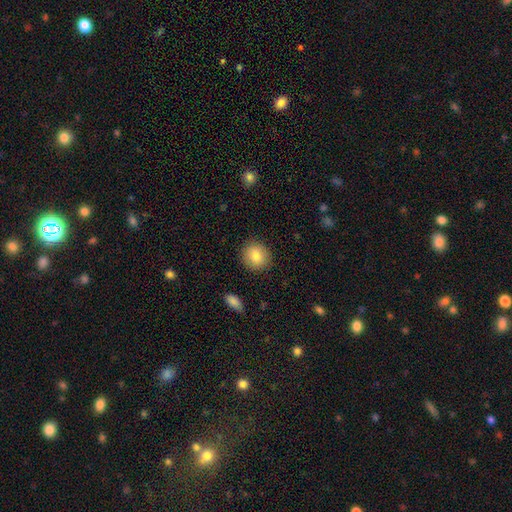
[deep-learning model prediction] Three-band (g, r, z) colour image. It shows a smooth galaxy with no disk features (83%) that is round (85%). Merging: none (89%).